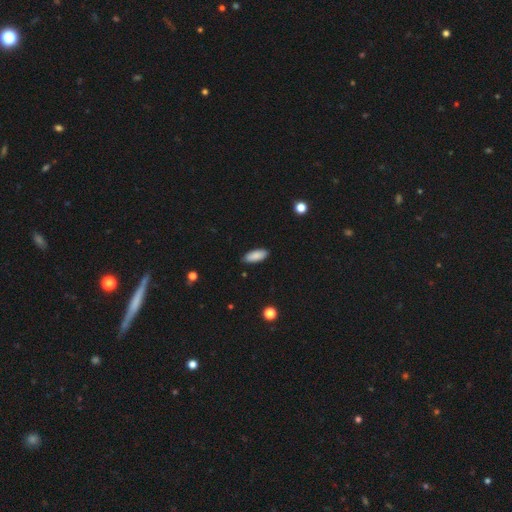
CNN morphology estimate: Q: Smooth or featured?
A: smooth (87%); runner-up: star or artifact (7%)
Q: How rounded?
A: in between (83%); runner-up: cigar-shaped (16%)
Q: Merging?
A: none (88%); runner-up: minor disturbance (9%)